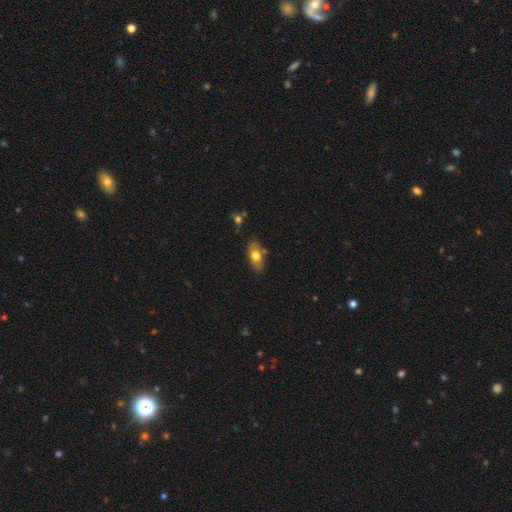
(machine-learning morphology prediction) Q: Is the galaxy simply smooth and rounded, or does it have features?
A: smooth — 68%.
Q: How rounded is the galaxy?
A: in between — 82%.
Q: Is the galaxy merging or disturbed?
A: none — 73%.